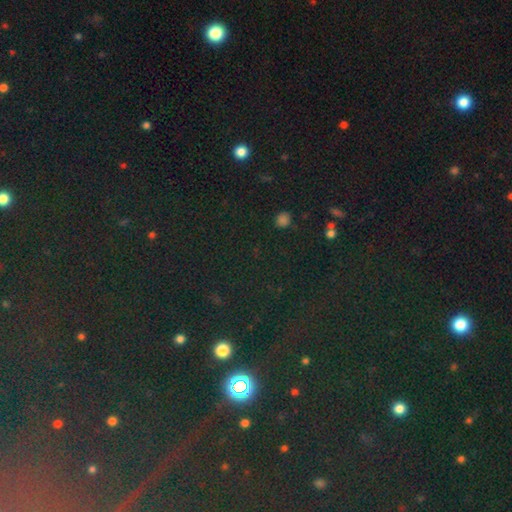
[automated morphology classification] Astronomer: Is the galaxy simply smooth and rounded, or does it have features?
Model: star or artifact — 75%.